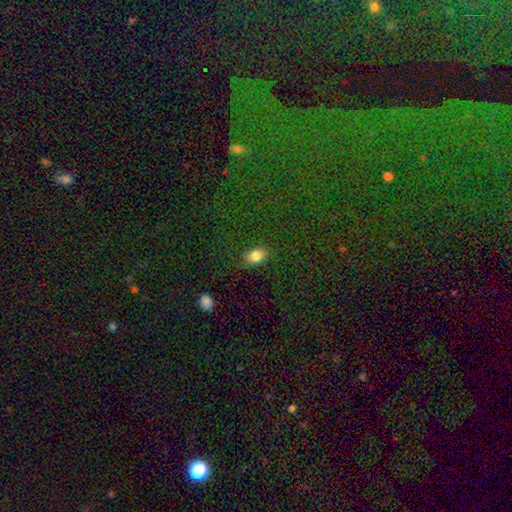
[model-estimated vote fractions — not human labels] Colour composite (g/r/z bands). It shows a smooth galaxy with no disk features (84%) that is in between round and cigar-shaped (81%). Merging: none (81%).